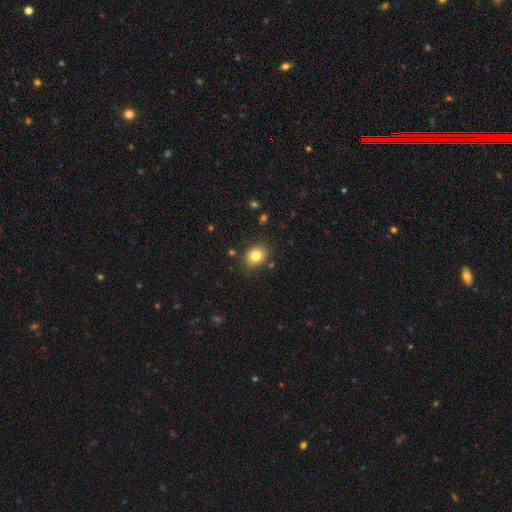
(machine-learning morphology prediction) smooth-or-featured: smooth: 81% | star or artifact: 10% | featured or disk: 9%
  how-rounded: round: 50% | in between: 49% | cigar-shaped: 1%
  merging: none: 83% | minor disturbance: 11% | major disturbance: 3% | merger: 2%